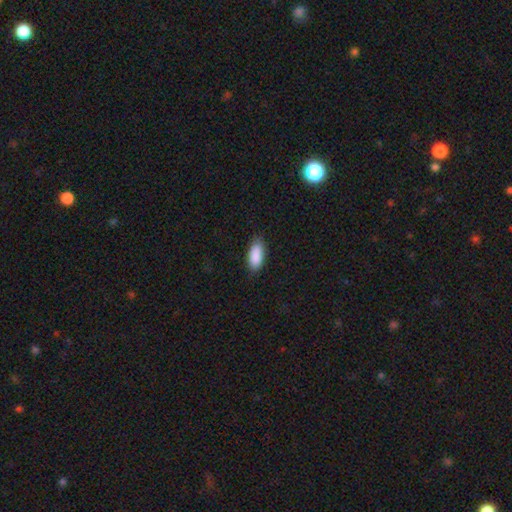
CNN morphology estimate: A smooth galaxy with no disk features (90%) that is in between round and cigar-shaped (89%).

Vote fractions:
- Smooth or featured? smooth: 90% / star or artifact: 6% / featured or disk: 4%
- How rounded? in between: 89% / cigar-shaped: 9% / round: 2%
- Merging? none: 83% / minor disturbance: 14% / major disturbance: 2% / merger: 1%